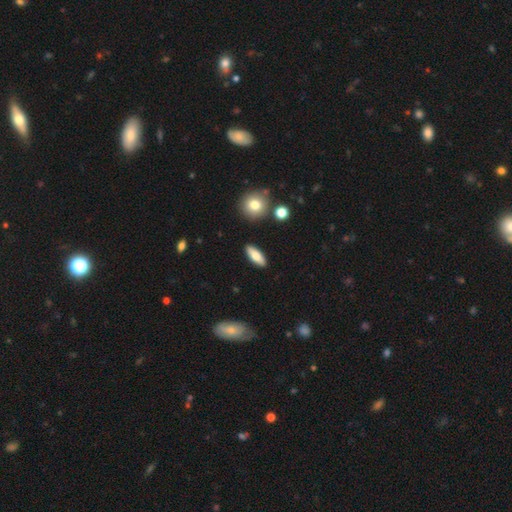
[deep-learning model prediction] smooth 73%, featured or disk 21%, star or artifact 6%. Down the decision tree: how rounded — in between (67%); merging — none (89%).